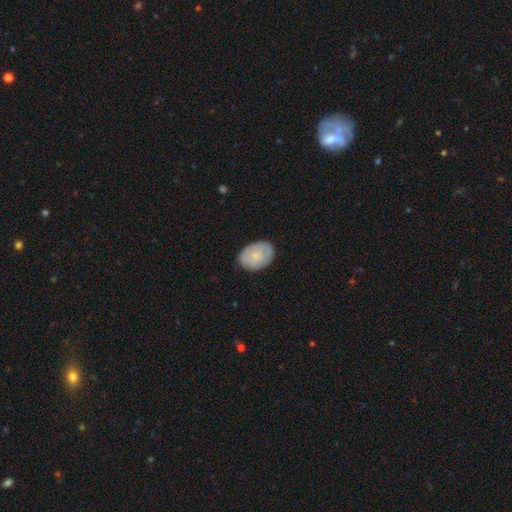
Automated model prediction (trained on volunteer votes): This appears to be a smooth galaxy with no disk features (72%) that is in between round and cigar-shaped (76%). Merging: none (83%).